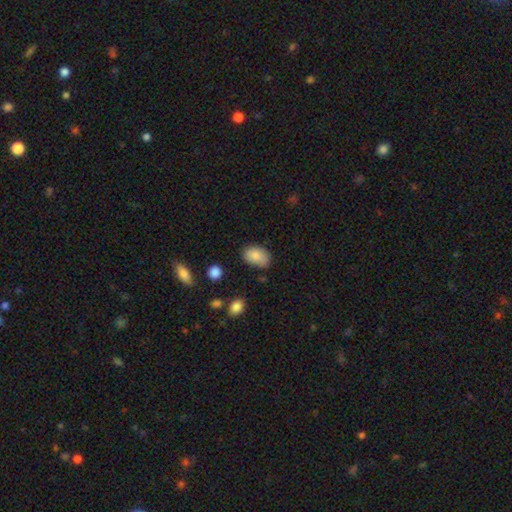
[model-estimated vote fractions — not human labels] A smooth galaxy with no disk features (85%) that is in between round and cigar-shaped (87%). Merging: none (70%).